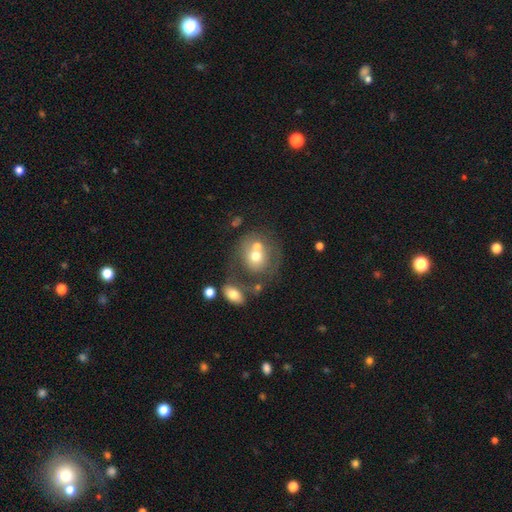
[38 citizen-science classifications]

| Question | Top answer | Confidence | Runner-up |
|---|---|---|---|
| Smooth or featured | smooth | 63% | featured or disk (29%) |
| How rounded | in between | 54% | round (46%) |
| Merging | merger | 40% | none (20%) |